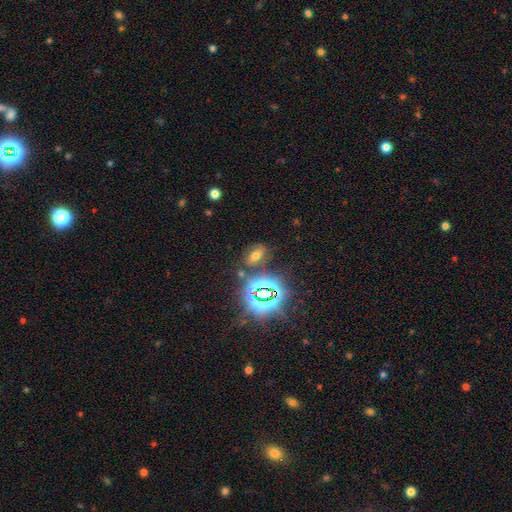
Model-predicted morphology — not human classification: Q: Smooth or featured?
A: smooth (44%); runner-up: star or artifact (41%)
Q: Merging?
A: none (76%); runner-up: minor disturbance (12%)